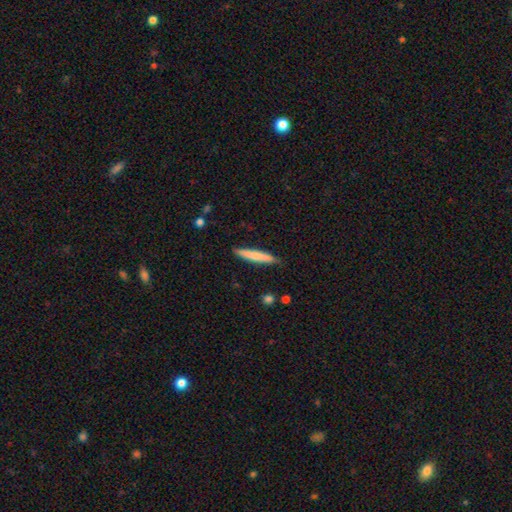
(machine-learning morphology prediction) Smooth or featured? Predicted: smooth (p=0.71). How rounded? Predicted: cigar-shaped (p=0.92). Merging? Predicted: none (p=0.87).